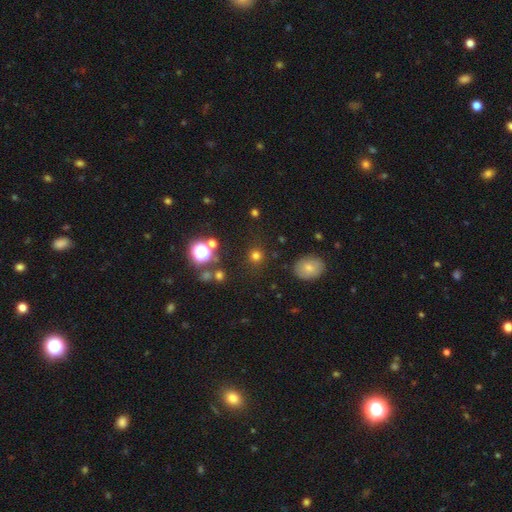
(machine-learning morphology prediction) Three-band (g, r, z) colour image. It shows a smooth galaxy with no disk features (73%) that is round (90%). Merging: none (86%).